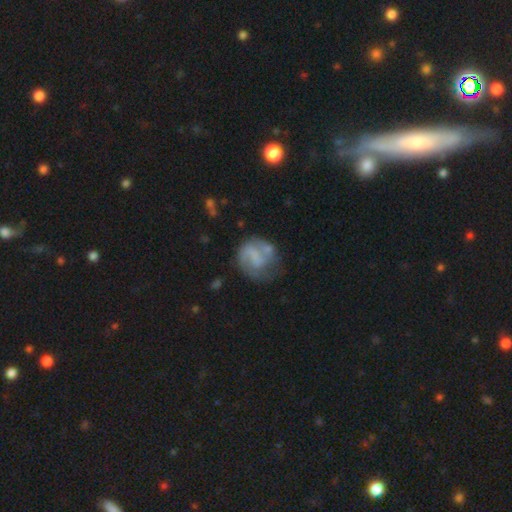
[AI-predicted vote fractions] featured or disk 56%, smooth 37%, star or artifact 7%. Down the decision tree: edge-on disk — no (98%); bar — no (47%); spiral arms — yes (72%); bulge size — none (59%); merging — none (47%).